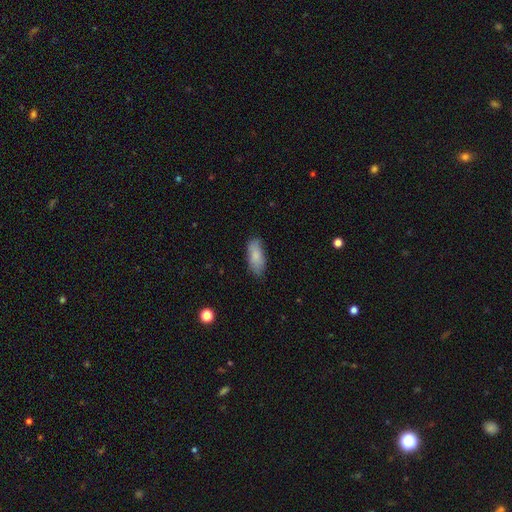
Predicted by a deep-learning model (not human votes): Overall: smooth (84%). How rounded: in between (79%). Merging: none (78%).